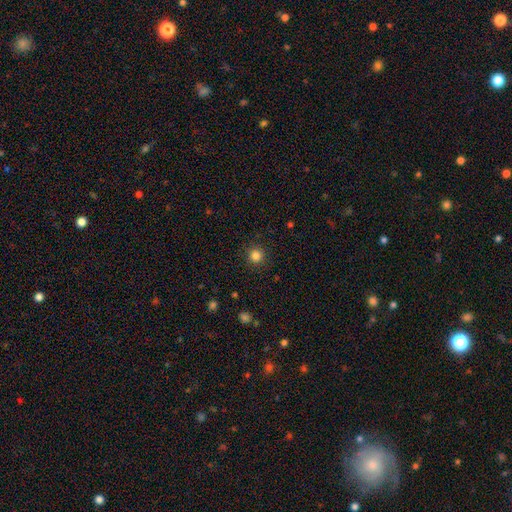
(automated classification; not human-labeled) Smooth or featured? Predicted: smooth (p=0.84). How rounded? Predicted: round (p=0.95). Merging? Predicted: none (p=0.91).